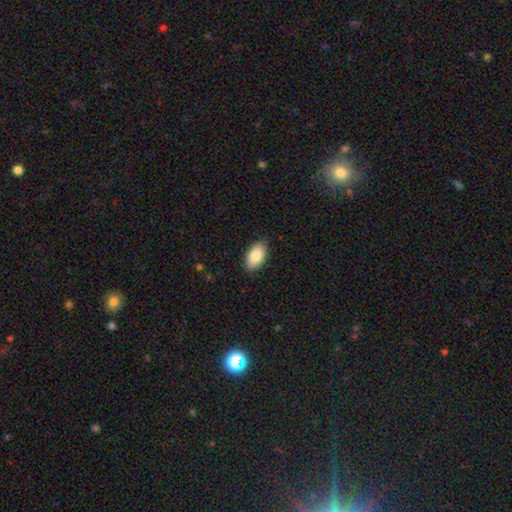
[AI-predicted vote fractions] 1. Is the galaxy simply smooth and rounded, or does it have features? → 86% smooth, 7% featured or disk, 7% star or artifact.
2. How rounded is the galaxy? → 95% in between, 4% round, 2% cigar-shaped.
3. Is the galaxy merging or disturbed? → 87% none, 10% minor disturbance, 2% major disturbance, 1% merger.